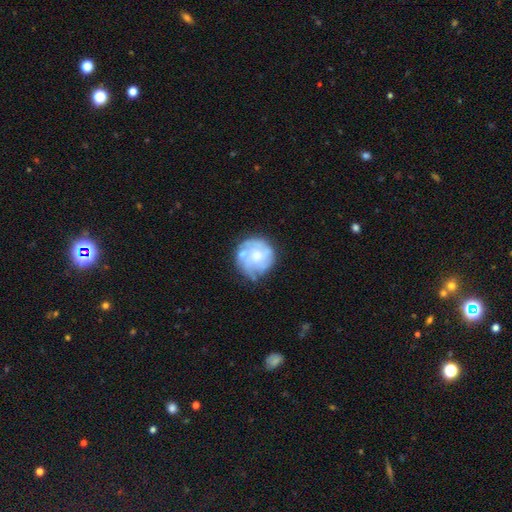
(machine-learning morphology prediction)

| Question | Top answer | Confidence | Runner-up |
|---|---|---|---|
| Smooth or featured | featured or disk | 62% | smooth (31%) |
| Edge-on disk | no | 98% | yes (2%) |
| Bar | no | 80% | weak (17%) |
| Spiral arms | yes | 69% | no (31%) |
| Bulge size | moderate | 42% | small (39%) |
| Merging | none | 61% | minor disturbance (23%) |